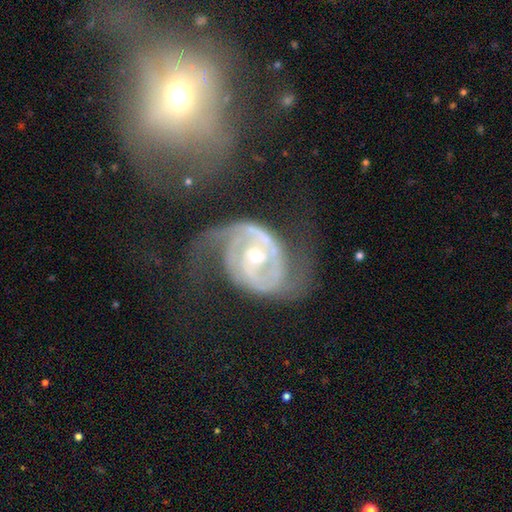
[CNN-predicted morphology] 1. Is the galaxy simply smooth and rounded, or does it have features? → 91% featured or disk, 5% star or artifact, 4% smooth.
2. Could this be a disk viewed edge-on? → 98% no, 2% yes.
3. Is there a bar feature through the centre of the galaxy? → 47% no, 38% weak, 15% strong.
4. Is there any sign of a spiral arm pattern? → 97% yes, 3% no.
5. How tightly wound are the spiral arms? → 43% tight (tied), 43% medium (tied), 14% loose.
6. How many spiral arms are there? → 75% 2, 8% can't tell, 7% 3, 6% 1, 2% 4, 2% more than 4.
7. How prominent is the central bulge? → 64% moderate, 29% small, 4% large, 1% none, 1% dominant.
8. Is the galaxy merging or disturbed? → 48% none, 26% major disturbance, 21% minor disturbance, 4% merger.